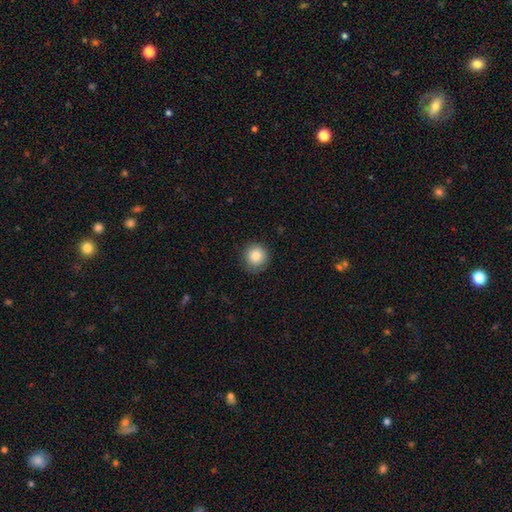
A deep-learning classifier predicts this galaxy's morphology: Smooth or featured? Predicted: smooth (p=0.84). How rounded? Predicted: round (p=0.93). Merging? Predicted: none (p=0.86).